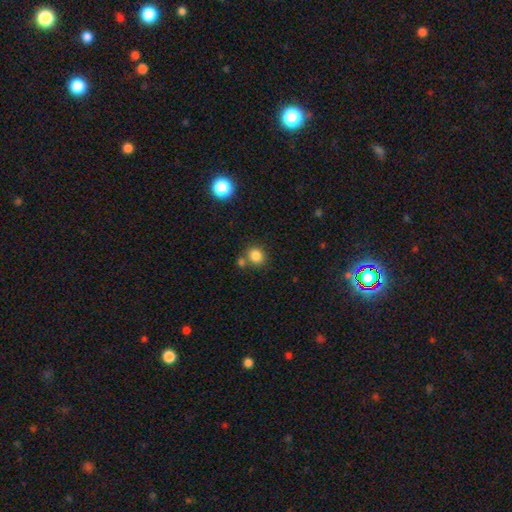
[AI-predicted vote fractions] Smooth or featured? smooth (84%)
How rounded? round (74%)
Merging? none (68%)